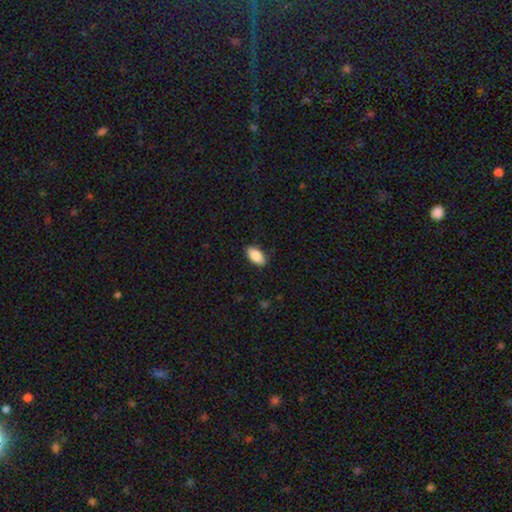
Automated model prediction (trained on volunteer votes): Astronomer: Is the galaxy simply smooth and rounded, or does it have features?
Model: smooth — 88%.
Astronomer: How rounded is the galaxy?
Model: in between — 93%.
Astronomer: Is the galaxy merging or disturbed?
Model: none — 87%.